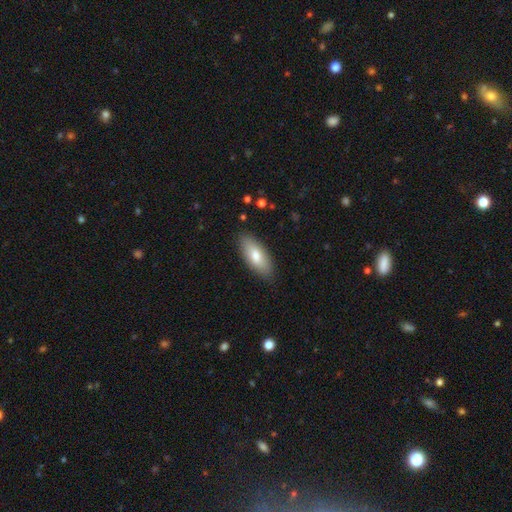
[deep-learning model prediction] Overall: smooth (75%). How rounded: in between (81%). Merging: none (86%).